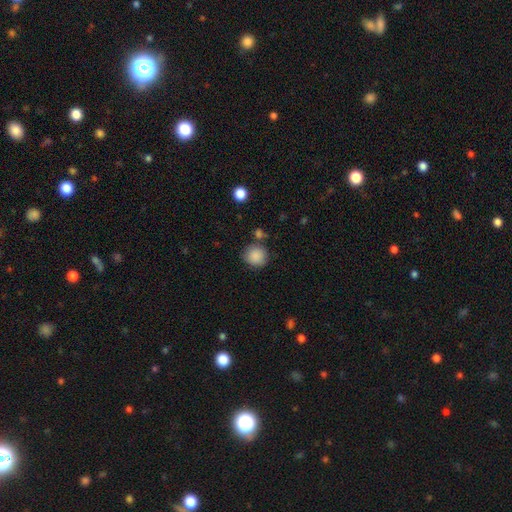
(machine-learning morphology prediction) Overall: smooth (88%). How rounded: round (89%). Merging: none (77%).